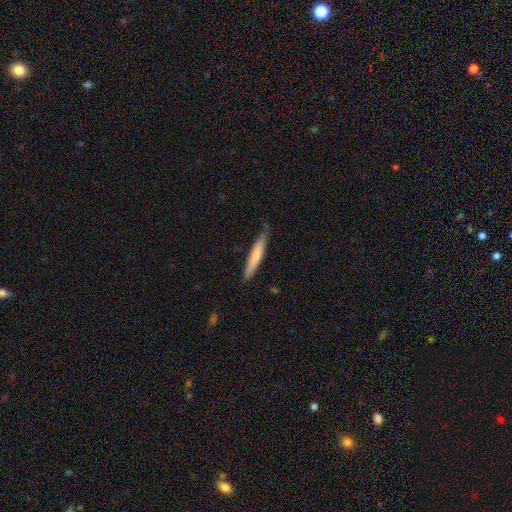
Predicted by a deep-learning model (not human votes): This is likely a smooth galaxy (67%). How rounded: clearly cigar-shaped (92%). Merging: likely none (79%).